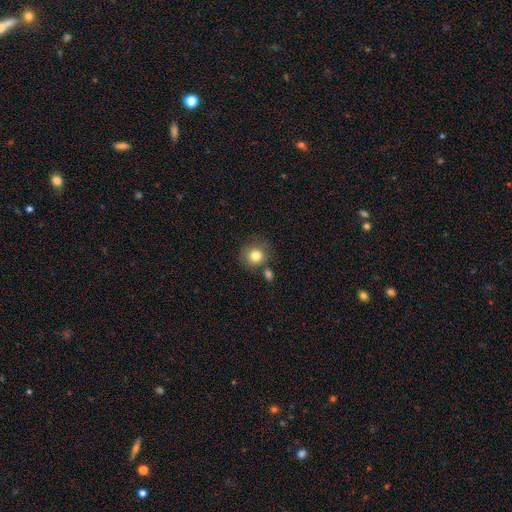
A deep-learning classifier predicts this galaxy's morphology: smooth-or-featured: smooth: 81% | star or artifact: 10% | featured or disk: 9%
  how-rounded: round: 86% | in between: 13% | cigar-shaped: 1%
  merging: none: 68% | merger: 15% | minor disturbance: 13% | major disturbance: 4%